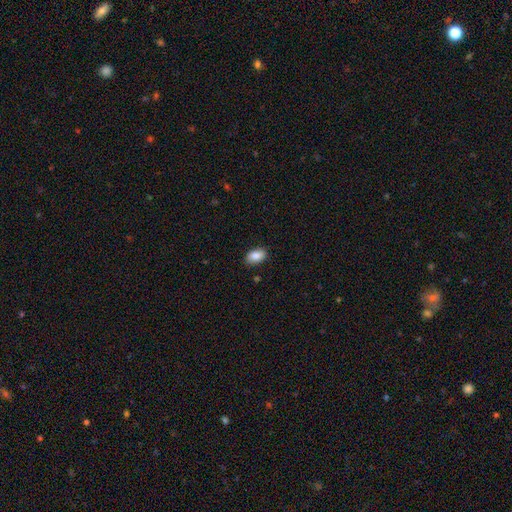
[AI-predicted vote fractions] Smooth or featured? Predicted: smooth (p=0.86). How rounded? Predicted: in between (p=0.90). Merging? Predicted: none (p=0.87).